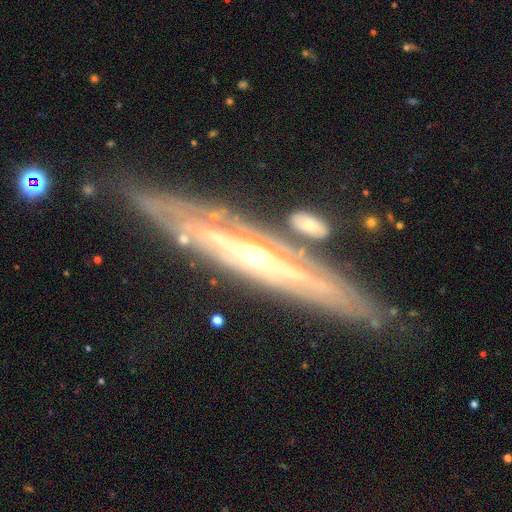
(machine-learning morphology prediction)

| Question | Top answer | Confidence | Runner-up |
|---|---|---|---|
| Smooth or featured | featured or disk | 84% | smooth (9%) |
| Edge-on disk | yes | 73% | no (27%) |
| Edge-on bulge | rounded | 67% | none (30%) |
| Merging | none | 75% | minor disturbance (16%) |